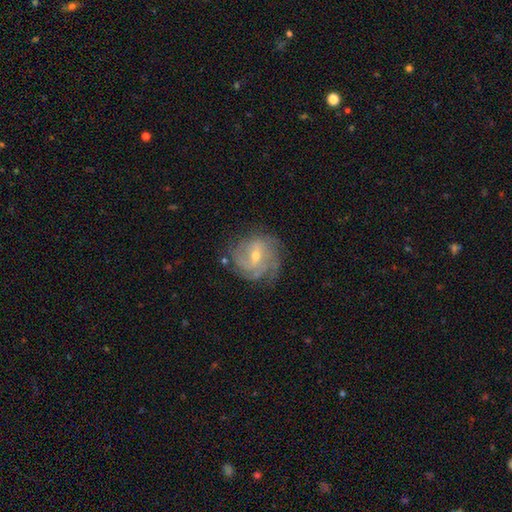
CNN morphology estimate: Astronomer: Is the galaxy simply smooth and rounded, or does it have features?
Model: featured or disk — 80%.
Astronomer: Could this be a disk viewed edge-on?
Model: no — 97%.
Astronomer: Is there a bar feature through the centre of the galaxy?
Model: weak — 51% (runner-up: no, 36%).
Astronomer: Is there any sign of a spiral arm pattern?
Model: yes — 93%.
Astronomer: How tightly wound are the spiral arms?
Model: tight — 52% (runner-up: medium, 35%).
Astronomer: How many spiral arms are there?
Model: can't tell — 34% (runner-up: 3, 24%).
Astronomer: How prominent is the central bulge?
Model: small — 50% (runner-up: moderate, 47%).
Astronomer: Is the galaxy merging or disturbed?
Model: none — 71%.